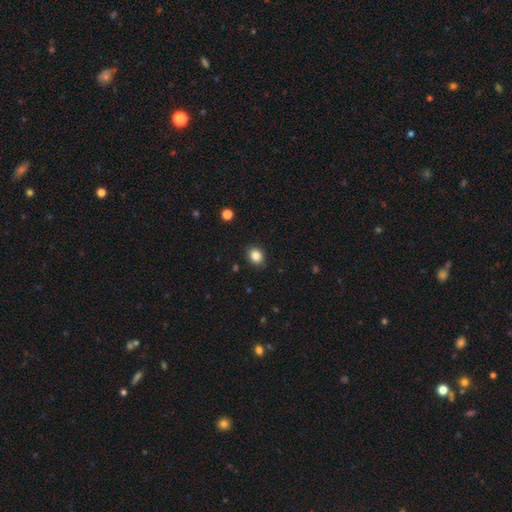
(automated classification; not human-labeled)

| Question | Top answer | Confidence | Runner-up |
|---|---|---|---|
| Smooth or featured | smooth | 85% | star or artifact (10%) |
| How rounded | round | 52% | in between (47%) |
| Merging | none | 87% | minor disturbance (9%) |